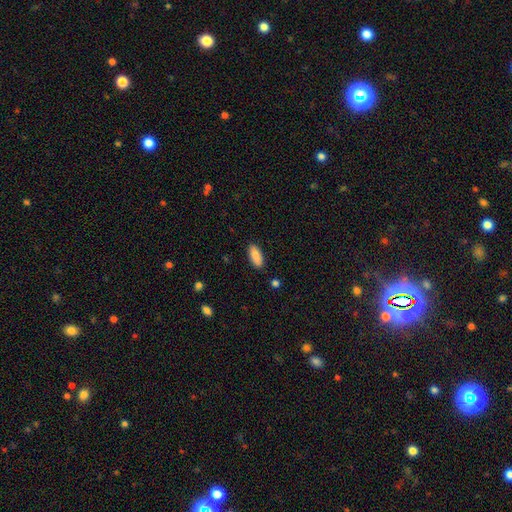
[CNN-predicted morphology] Overall: smooth (89%). How rounded: in between (82%). Merging: none (88%).